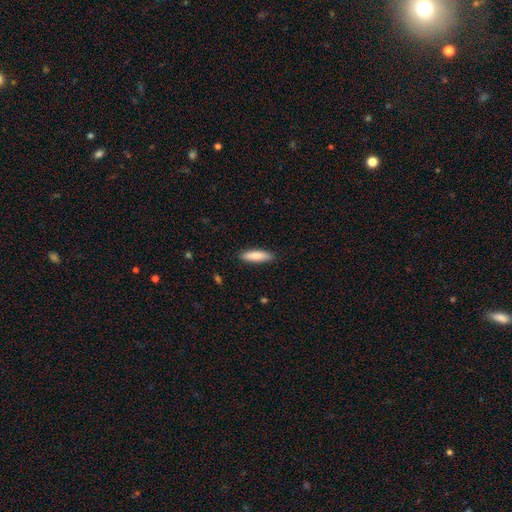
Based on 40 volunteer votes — Volunteers were most divided on "how rounded": cigar-shaped: 67%, in between: 33%, round: 0%. More confident: merging — none (95%); smooth or featured — smooth (90%).